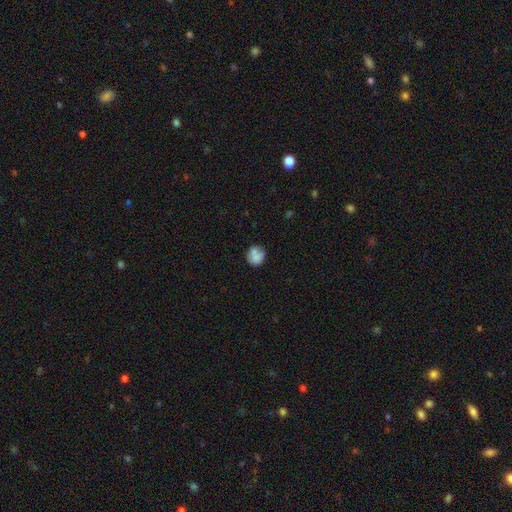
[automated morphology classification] Smooth or featured?
  - smooth: 73% *
  - featured or disk: 18%
  - star or artifact: 9%
How rounded?
  - round: 80% *
  - in between: 19%
  - cigar-shaped: 1%
Merging?
  - none: 55% *
  - minor disturbance: 21%
  - merger: 16%
  - major disturbance: 8%